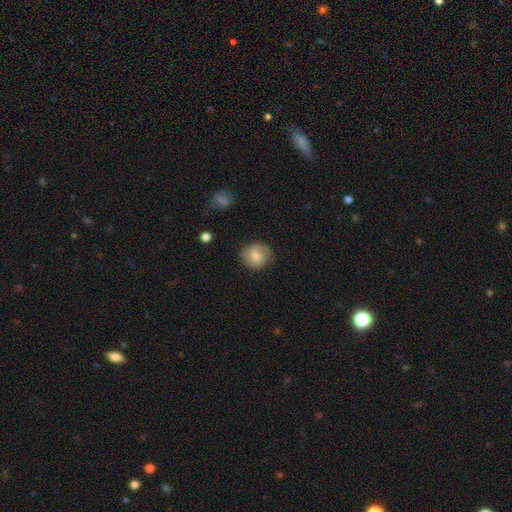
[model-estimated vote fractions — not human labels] Smooth or featured?
  - smooth: 67% *
  - featured or disk: 26%
  - star or artifact: 8%
How rounded?
  - round: 84% *
  - in between: 15%
  - cigar-shaped: 1%
Merging?
  - none: 81% *
  - minor disturbance: 14%
  - major disturbance: 4%
  - merger: 1%